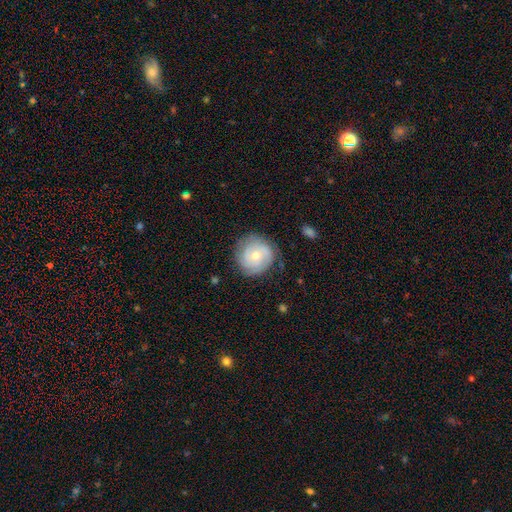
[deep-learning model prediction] Smooth or featured: featured or disk — 62% (smooth — 31%)
Edge-on disk: no — 98% (yes — 2%)
Bar: no — 75% (weak — 22%)
Spiral arms: yes — 87% (no — 13%)
Spiral winding: tight — 61% (medium — 30%)
Spiral arm count: can't tell — 31% (3 — 27%)
Bulge size: moderate — 54% (small — 42%)
Merging: none — 78% (minor disturbance — 15%)